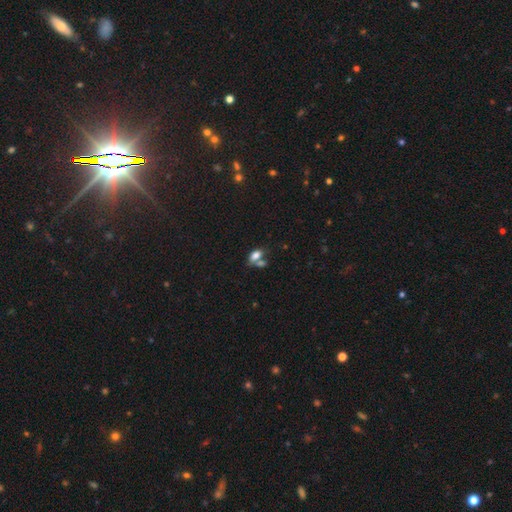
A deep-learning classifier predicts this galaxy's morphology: smooth 77%, featured or disk 12%, star or artifact 11%. Down the decision tree: how rounded — in between (88%); merging — merger (42%).